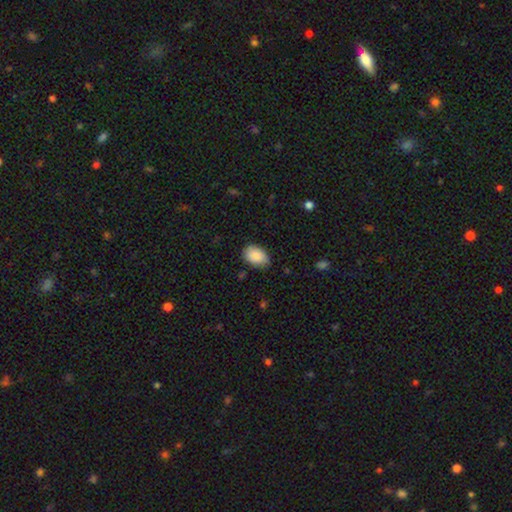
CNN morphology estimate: smooth_or_featured: smooth (p=0.88) [alt: star or artifact p=0.07]
how_rounded: in between (p=0.86) [alt: round p=0.13]
merging: none (p=0.75) [alt: minor disturbance p=0.21]